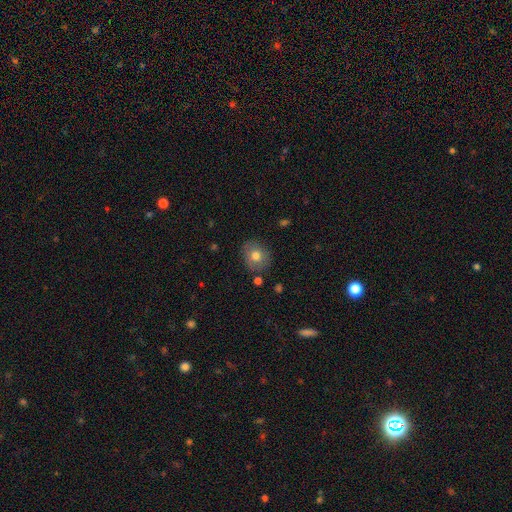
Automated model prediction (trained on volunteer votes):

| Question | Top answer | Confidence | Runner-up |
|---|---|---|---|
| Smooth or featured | smooth | 74% | featured or disk (17%) |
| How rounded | round | 73% | in between (26%) |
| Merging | none | 82% | minor disturbance (12%) |